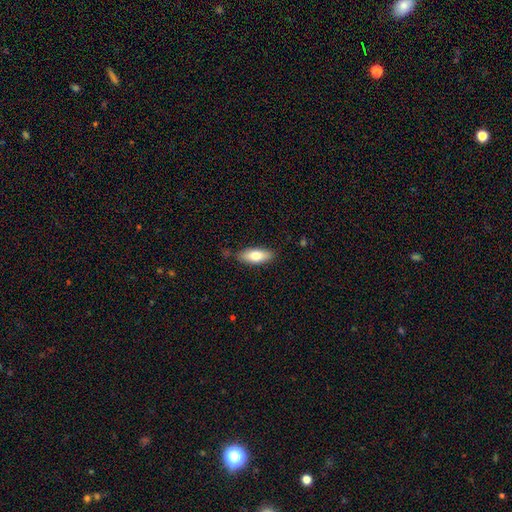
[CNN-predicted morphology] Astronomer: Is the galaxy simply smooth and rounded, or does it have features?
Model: smooth — 75%.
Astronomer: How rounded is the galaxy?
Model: in between — 74%.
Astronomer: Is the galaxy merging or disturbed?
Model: none — 79%.